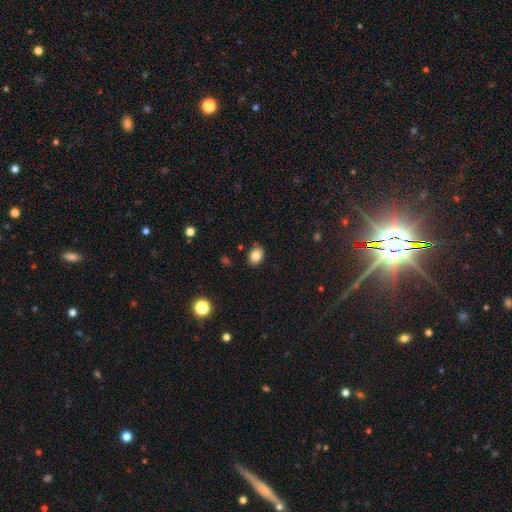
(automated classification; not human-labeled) smooth-or-featured: smooth: 82% | star or artifact: 10% | featured or disk: 8%
  how-rounded: in between: 68% | round: 31% | cigar-shaped: 1%
  merging: none: 80% | minor disturbance: 15% | major disturbance: 3% | merger: 2%